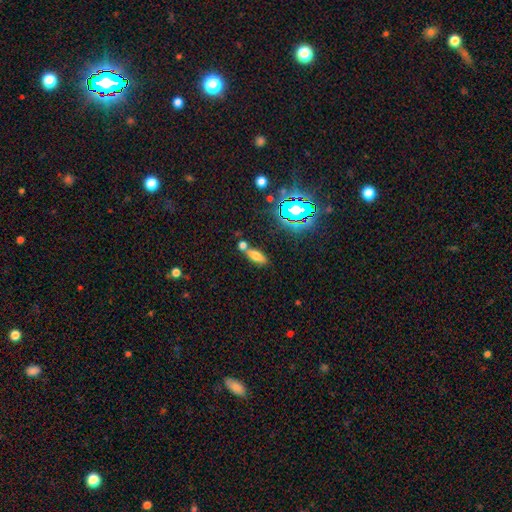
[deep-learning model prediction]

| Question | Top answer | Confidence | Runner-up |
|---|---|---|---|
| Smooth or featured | smooth | 66% | star or artifact (18%) |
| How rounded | in between | 65% | cigar-shaped (30%) |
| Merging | none | 49% | merger (35%) |